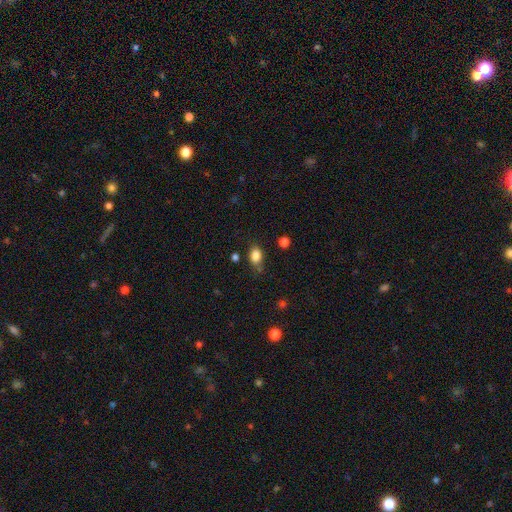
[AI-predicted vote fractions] This appears to be a smooth galaxy with no disk features (85%) that is in between round and cigar-shaped (73%). Merging: none (66%).